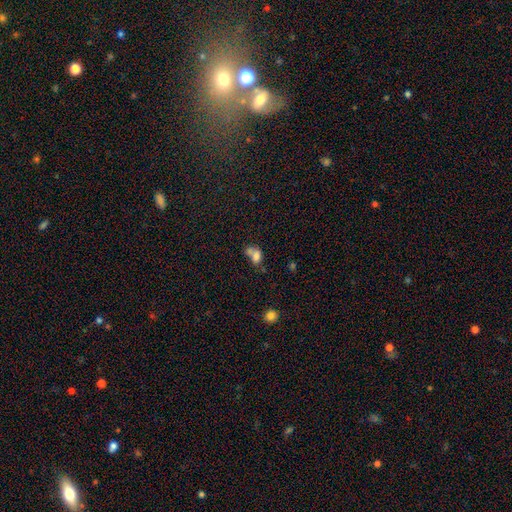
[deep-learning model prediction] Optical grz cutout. It shows a smooth galaxy with no disk features (72%) that is in between round and cigar-shaped (74%). Merging: merger (57%).